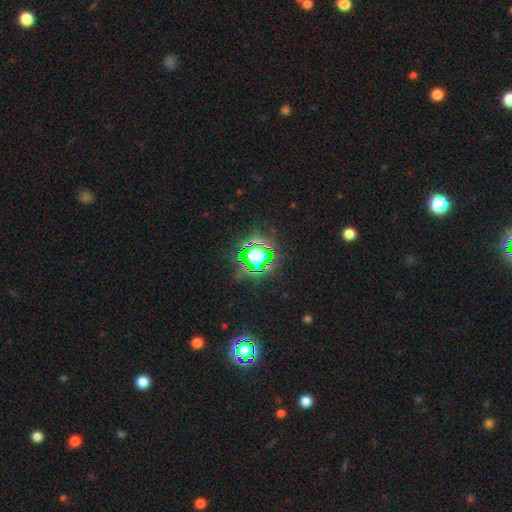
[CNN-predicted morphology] A star or artifact, not a galaxy (57%).

Vote fractions:
- Smooth or featured? star or artifact: 57% / smooth: 26% / featured or disk: 17%